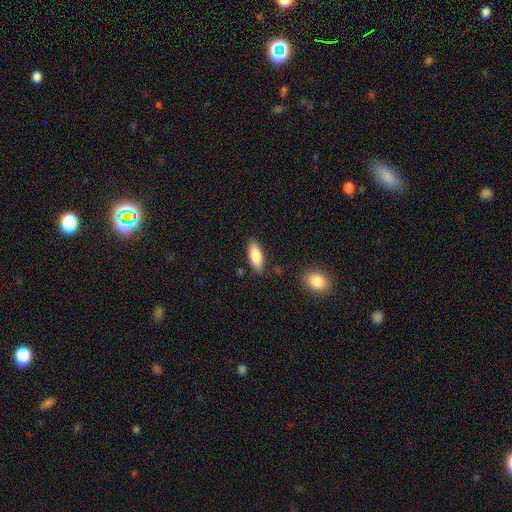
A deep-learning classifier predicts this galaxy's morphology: smooth 83%, featured or disk 11%, star or artifact 6%. Down the decision tree: how rounded — in between (74%); merging — none (84%).